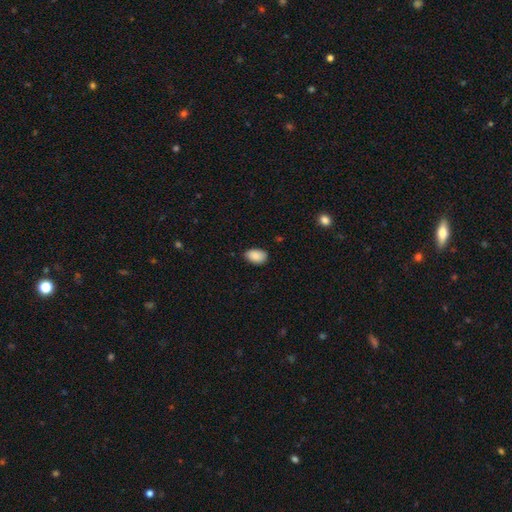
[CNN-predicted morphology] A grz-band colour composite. It shows a smooth galaxy with no disk features (89%) that is in between round and cigar-shaped (89%). Merging: none (78%).